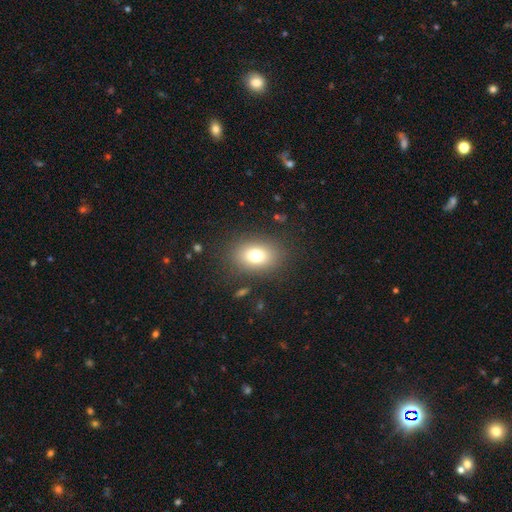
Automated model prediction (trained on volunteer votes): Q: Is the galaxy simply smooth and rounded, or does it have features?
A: smooth — 75%.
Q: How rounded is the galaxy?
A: in between — 67%.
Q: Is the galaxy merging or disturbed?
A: none — 85%.